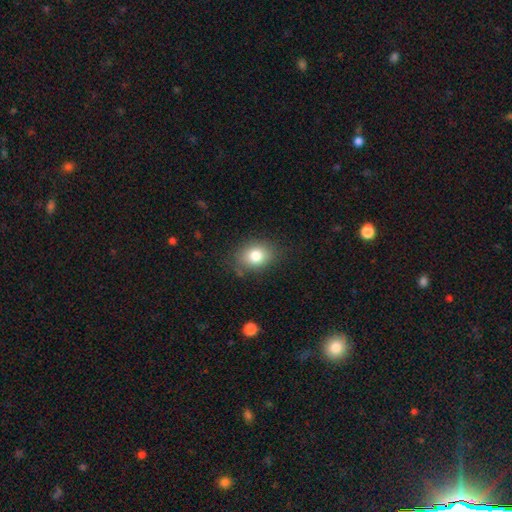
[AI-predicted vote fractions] Q: Smooth or featured?
A: smooth (79%); runner-up: star or artifact (11%)
Q: How rounded?
A: in between (54%); runner-up: round (45%)
Q: Merging?
A: none (80%); runner-up: minor disturbance (14%)